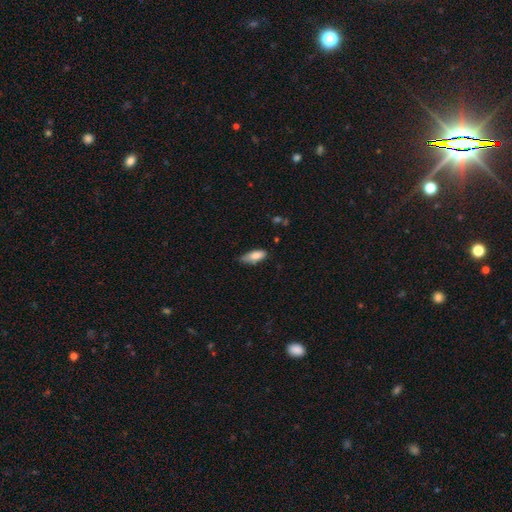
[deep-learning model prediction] smooth 83%, featured or disk 10%, star or artifact 7%. Down the decision tree: how rounded — in between (80%); merging — none (56%).